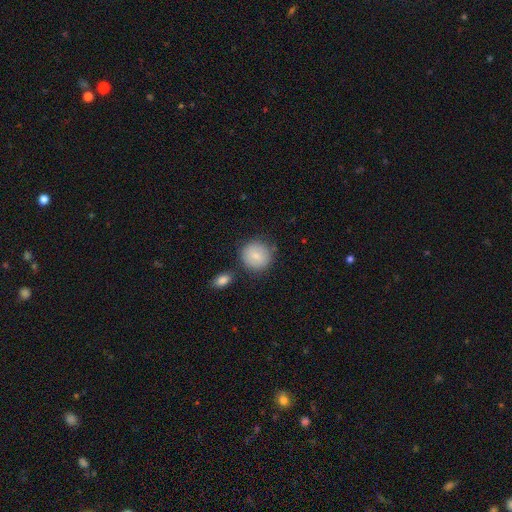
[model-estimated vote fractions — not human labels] This is clearly a smooth galaxy (84%). How rounded: clearly round (91%). Merging: likely none (76%).